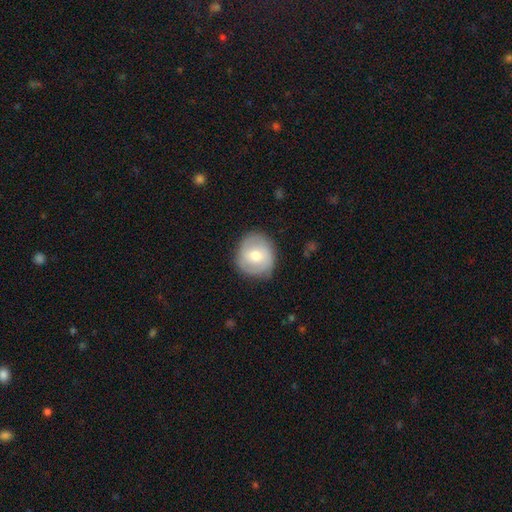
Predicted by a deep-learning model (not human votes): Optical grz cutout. It shows a smooth galaxy with no disk features (53%) that is round (78%). Merging: none (80%).